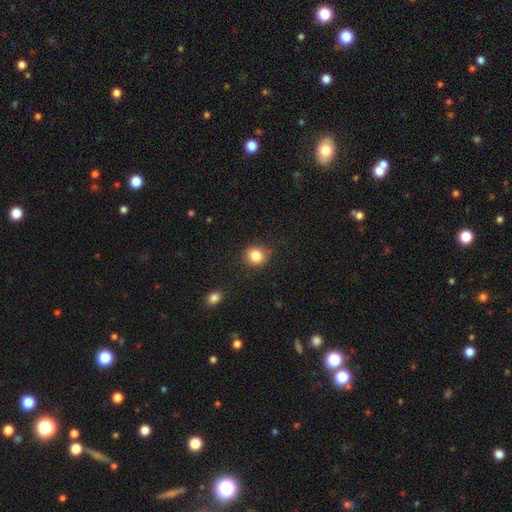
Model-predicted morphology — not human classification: A smooth galaxy with no disk features (85%) that is round (83%).

Vote fractions:
- Smooth or featured? smooth: 85% / star or artifact: 10% / featured or disk: 5%
- How rounded? round: 83% / in between: 16% / cigar-shaped: 1%
- Merging? none: 85% / minor disturbance: 10% / major disturbance: 3% / merger: 2%